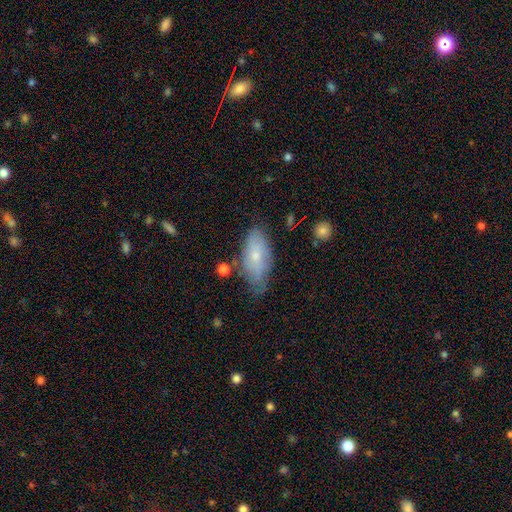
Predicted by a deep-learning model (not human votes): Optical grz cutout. It shows a smooth galaxy with no disk features (62%) that is in between round and cigar-shaped (87%). Merging: none (57%).